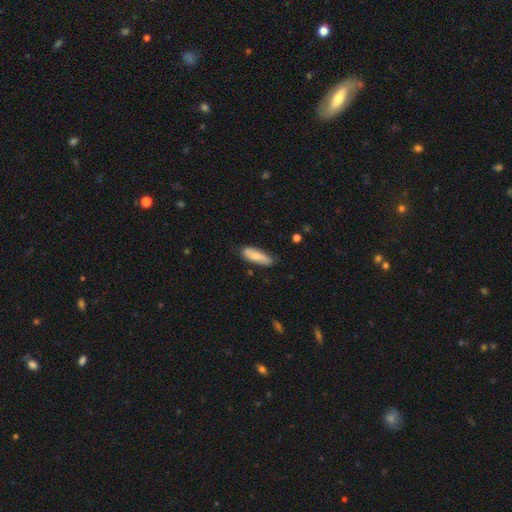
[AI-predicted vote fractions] This is likely a smooth galaxy (69%). How rounded: possibly in between (60%). Merging: likely none (78%).